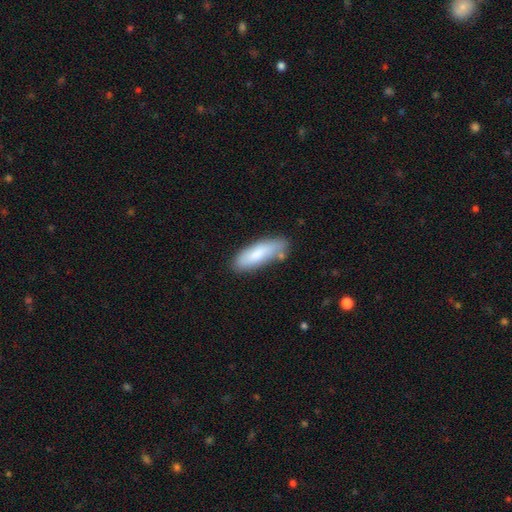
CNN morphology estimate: smooth_or_featured: smooth (p=0.79) [alt: featured or disk p=0.14]
how_rounded: in between (p=0.57) [alt: cigar-shaped p=0.42]
merging: none (p=0.70) [alt: minor disturbance p=0.21]